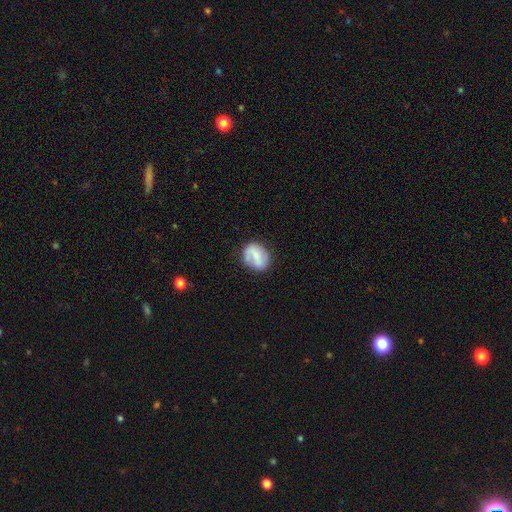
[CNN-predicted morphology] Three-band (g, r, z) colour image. It shows a smooth galaxy with no disk features (47%). Merging: none (70%).